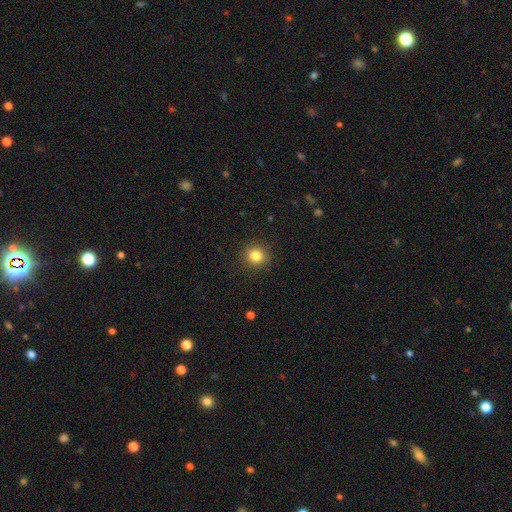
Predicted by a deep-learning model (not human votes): A smooth galaxy with no disk features (83%) that is round (89%). Merging: none (91%).